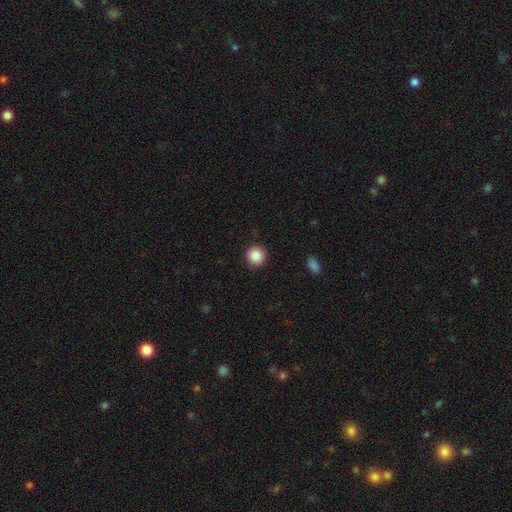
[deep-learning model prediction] Smooth or featured? smooth (87%)
How rounded? round (94%)
Merging? none (91%)